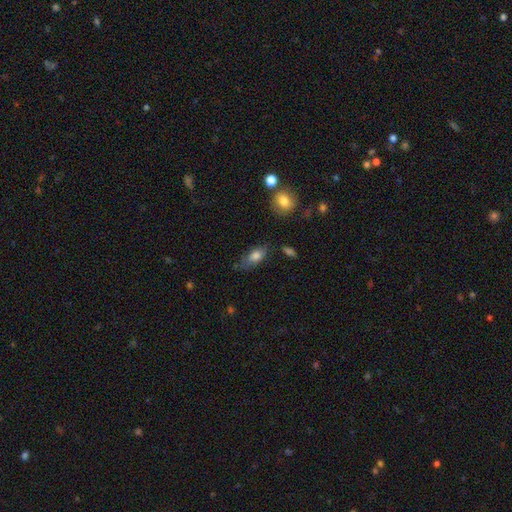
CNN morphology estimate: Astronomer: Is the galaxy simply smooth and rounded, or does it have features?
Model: smooth — 76%.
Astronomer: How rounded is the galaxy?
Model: in between — 84%.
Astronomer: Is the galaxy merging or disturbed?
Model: none — 54% (runner-up: minor disturbance, 32%).